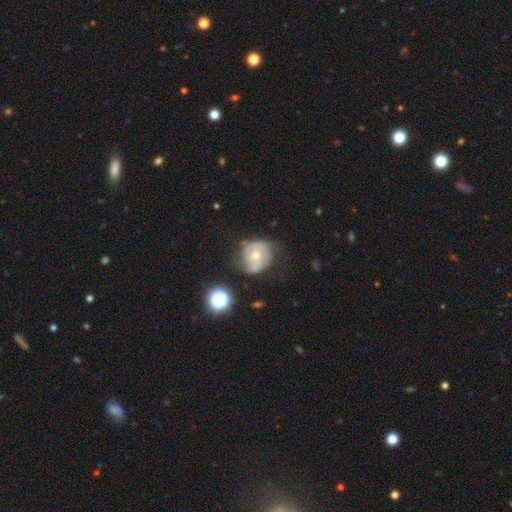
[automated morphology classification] This is possibly a featured or disk galaxy (47%). Merging: possibly none (54%).